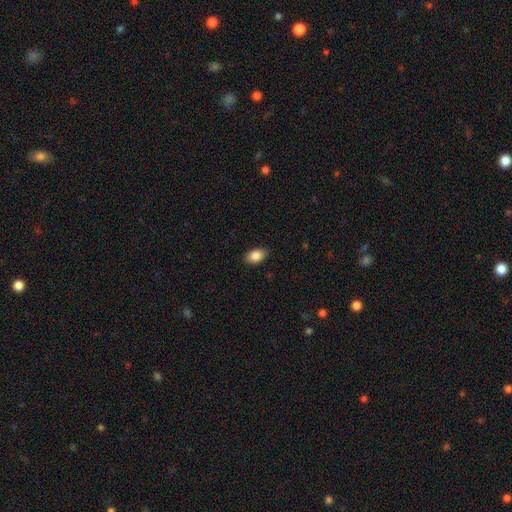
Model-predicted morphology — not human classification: This appears to be a smooth galaxy with no disk features (86%) that is in between round and cigar-shaped (90%). Merging: none (88%).